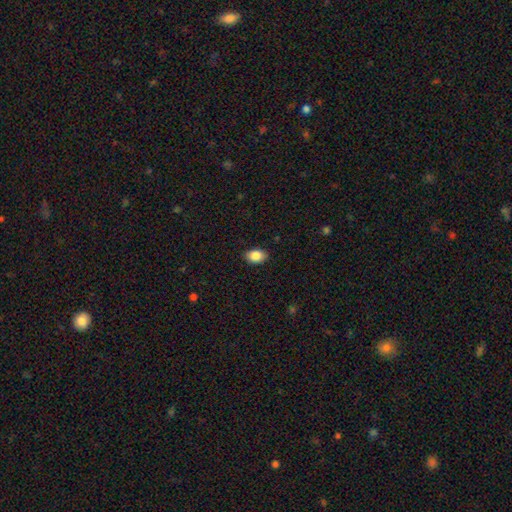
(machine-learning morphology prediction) This appears to be a smooth galaxy with no disk features (87%) that is in between round and cigar-shaped (80%). Merging: none (88%).